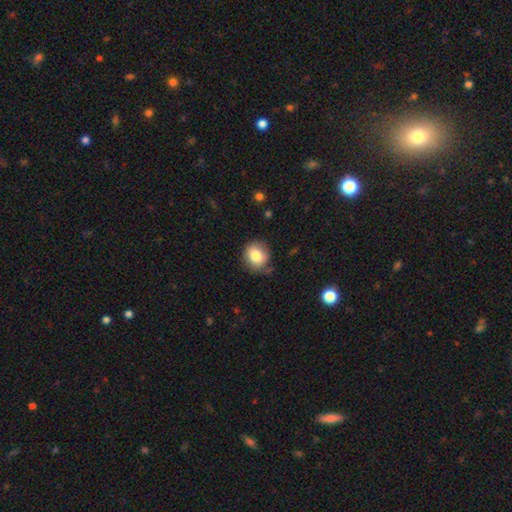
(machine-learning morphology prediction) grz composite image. It shows a smooth galaxy with no disk features (81%) that is round (82%). Merging: none (79%).